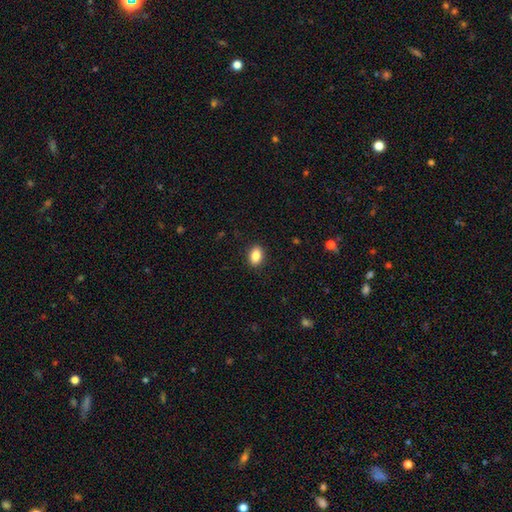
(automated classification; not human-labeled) The model was most divided on "how rounded": in between: 85%, round: 14%, cigar-shaped: 2%. More confident: merging — none (90%); smooth or featured — smooth (86%).